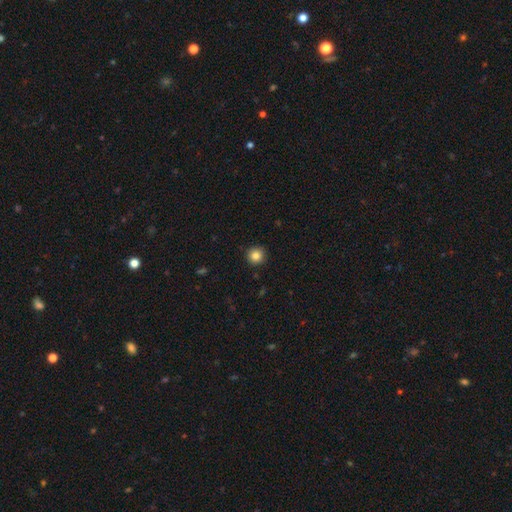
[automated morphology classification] Q: Smooth or featured?
A: smooth (84%); runner-up: star or artifact (11%)
Q: How rounded?
A: round (95%); runner-up: in between (4%)
Q: Merging?
A: none (92%); runner-up: minor disturbance (5%)